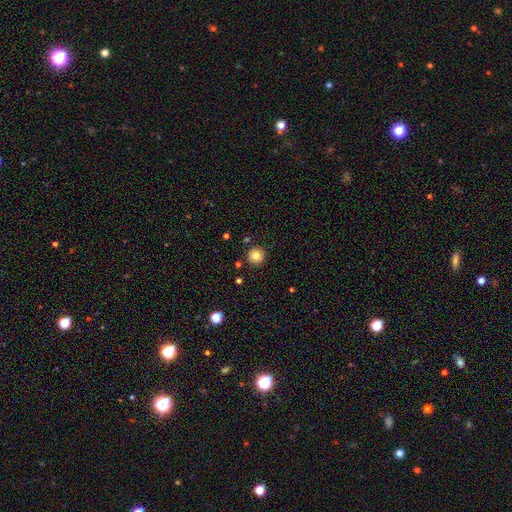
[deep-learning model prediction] smooth 82%, star or artifact 11%, featured or disk 7%. Down the decision tree: how rounded — round (96%); merging — none (90%).